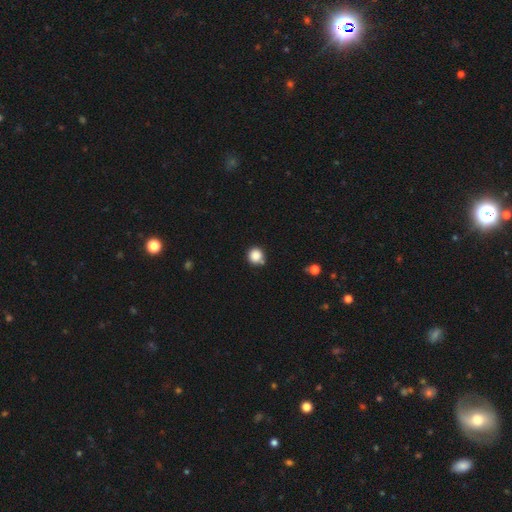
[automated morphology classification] type=smooth (86%); roundness=round (93%); merging=none (77%).